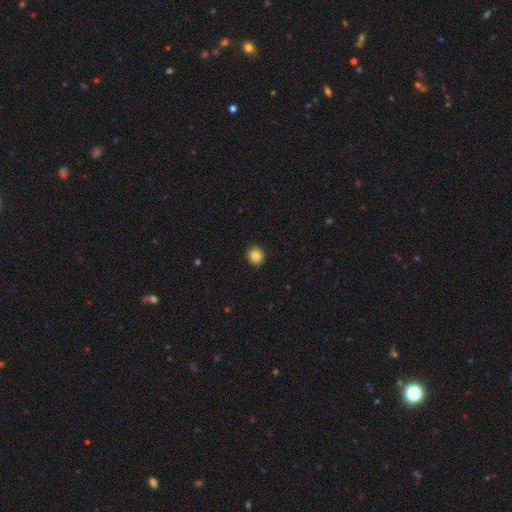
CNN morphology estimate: This is clearly a smooth galaxy (84%). How rounded: clearly round (92%). Merging: clearly none (93%).